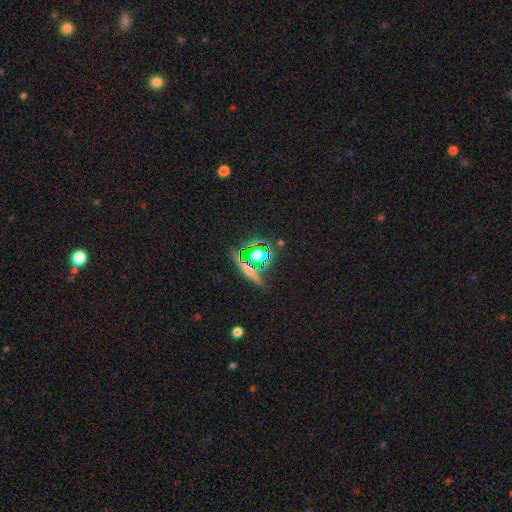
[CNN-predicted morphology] Q: Smooth or featured?
A: star or artifact (52%); runner-up: smooth (33%)